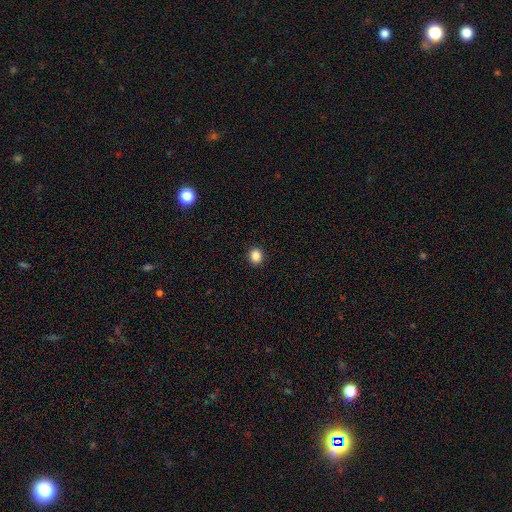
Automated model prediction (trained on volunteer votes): smooth 86%, star or artifact 10%, featured or disk 3%. Down the decision tree: how rounded — round (75%); merging — none (92%).